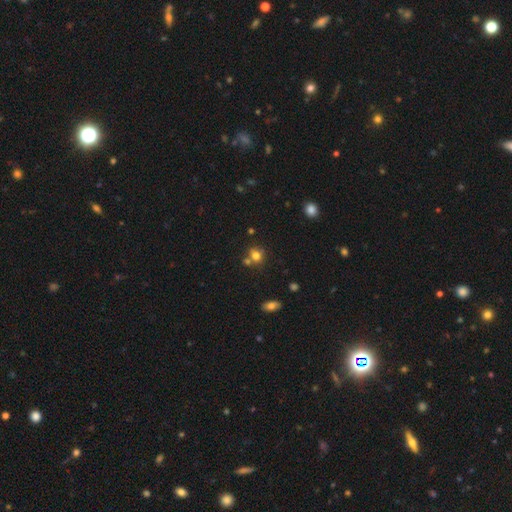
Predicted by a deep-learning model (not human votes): This is likely a smooth galaxy (73%). How rounded: likely round (77%). Merging: possibly none (55%).